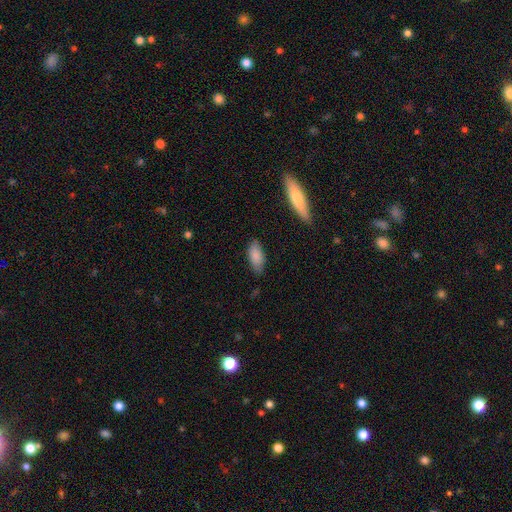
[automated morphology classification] The model was most divided on "merging": none: 76%, minor disturbance: 19%, major disturbance: 3%, merger: 2%. More confident: how rounded — in between (86%); smooth or featured — smooth (85%).